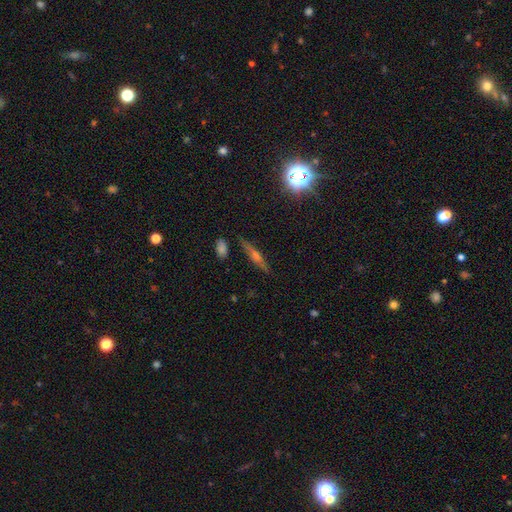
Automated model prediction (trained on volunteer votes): A featured or disk galaxy (58%) viewed edge-on (93%) with a rounded central bulge (81%).

Vote fractions:
- Smooth or featured? featured or disk: 58% / smooth: 26% / star or artifact: 16%
- Edge-on disk? yes: 93% / no: 7%
- Edge-on bulge? rounded: 81% / none: 10% / boxy: 8%
- Merging? none: 87% / minor disturbance: 9% / major disturbance: 2% / merger: 2%